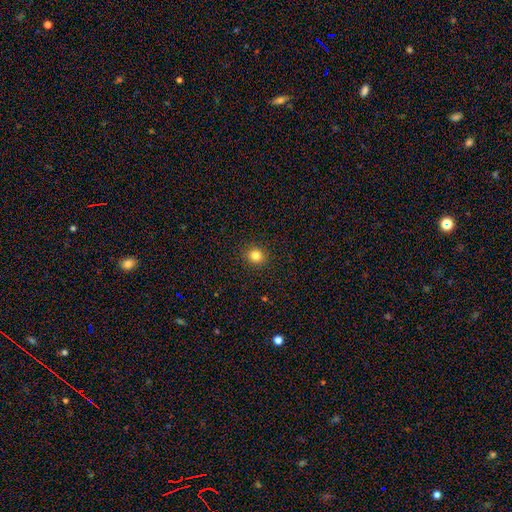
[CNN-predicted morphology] Smooth or featured? Predicted: smooth (p=0.83). How rounded? Predicted: round (p=0.85). Merging? Predicted: none (p=0.91).